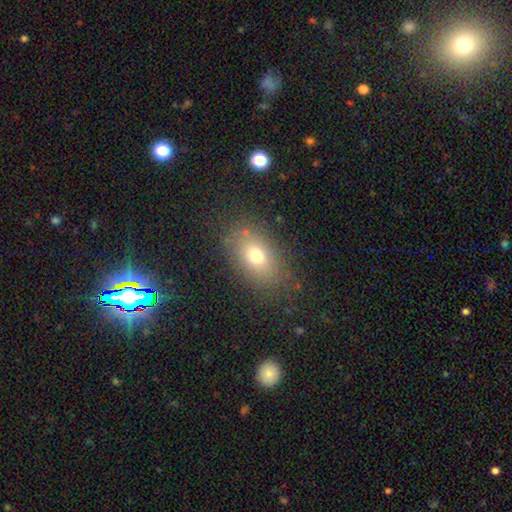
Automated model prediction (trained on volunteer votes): smooth-or-featured: smooth: 71% | featured or disk: 16% | star or artifact: 13%
  how-rounded: in between: 79% | round: 19% | cigar-shaped: 2%
  merging: none: 79% | minor disturbance: 13% | major disturbance: 7% | merger: 2%